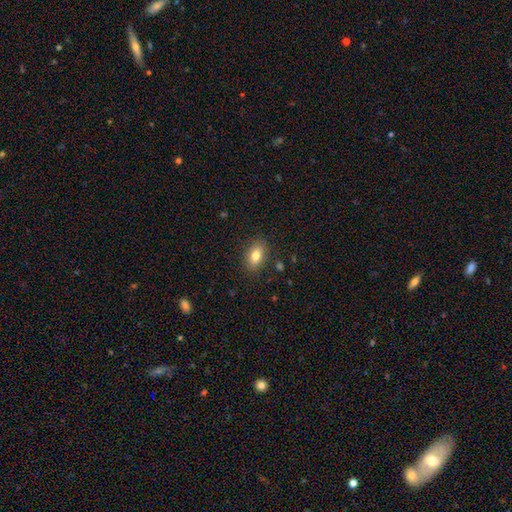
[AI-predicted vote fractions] smooth_or_featured: smooth (p=0.79) [alt: featured or disk p=0.13]
how_rounded: in between (p=0.86) [alt: round p=0.09]
merging: none (p=0.86) [alt: minor disturbance p=0.10]